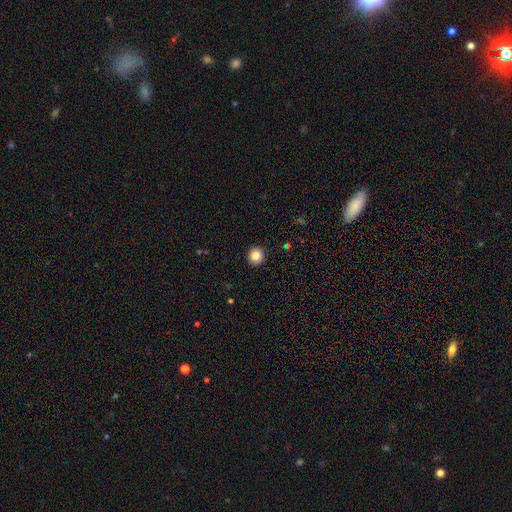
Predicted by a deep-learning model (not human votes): Morphology: type=smooth (85%); roundness=round (93%); merging=none (93%).